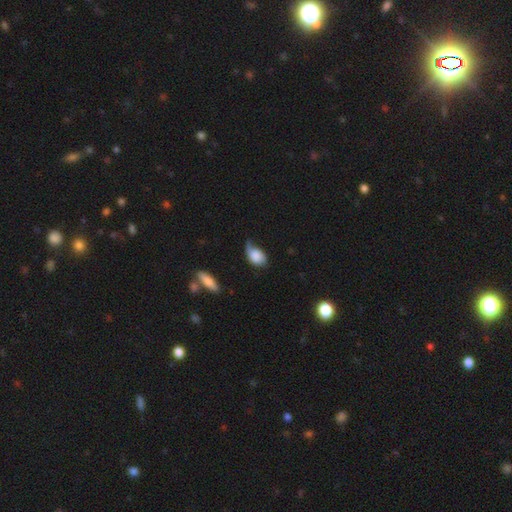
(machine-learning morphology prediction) A smooth galaxy with no disk features (72%) that is in between round and cigar-shaped (80%). Merging: minor disturbance (42%).